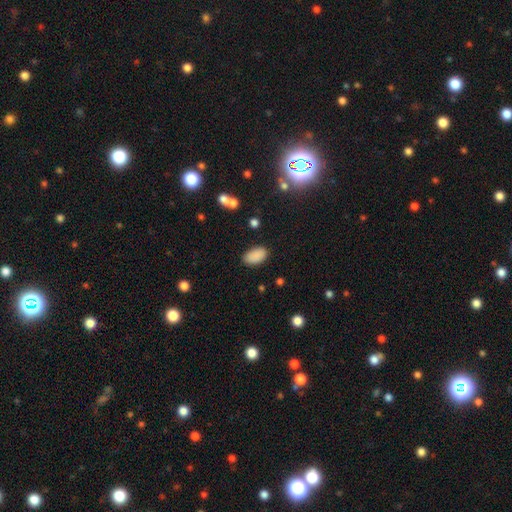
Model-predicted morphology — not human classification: A smooth galaxy with no disk features (88%) that is in between round and cigar-shaped (94%). Merging: none (85%).